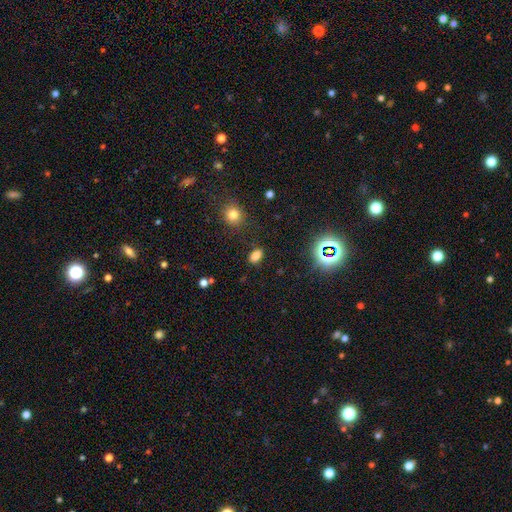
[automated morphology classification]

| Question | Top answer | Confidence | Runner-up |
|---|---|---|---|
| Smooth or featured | smooth | 75% | star or artifact (19%) |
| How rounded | in between | 86% | round (11%) |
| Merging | none | 83% | minor disturbance (11%) |